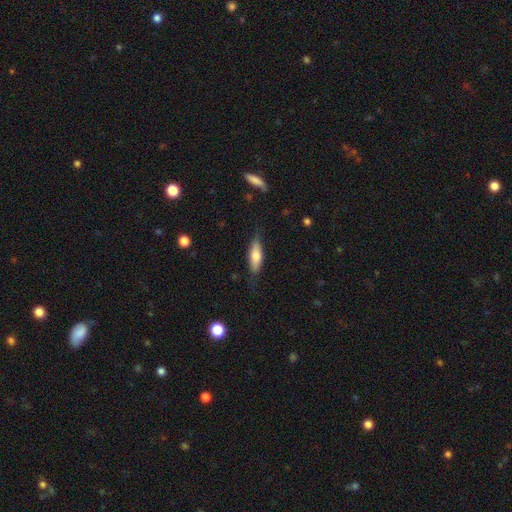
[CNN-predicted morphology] A smooth galaxy with no disk features (68%) that is in between round and cigar-shaped (52%). Merging: none (72%).